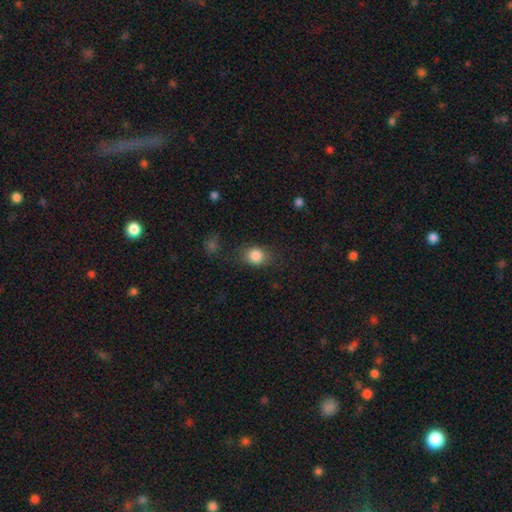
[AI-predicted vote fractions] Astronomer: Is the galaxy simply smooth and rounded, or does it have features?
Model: smooth — 84%.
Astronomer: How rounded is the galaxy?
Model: round — 53% (runner-up: in between, 45%).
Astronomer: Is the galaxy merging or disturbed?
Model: none — 73%.